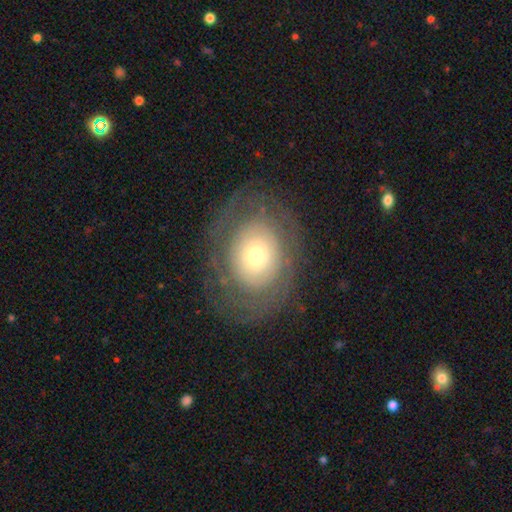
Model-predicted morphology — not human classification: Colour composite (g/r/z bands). It shows a featured or disk galaxy (57%) with no bar (89%), spiral arms (54%) and a small central bulge (52%). Merging: none (73%).